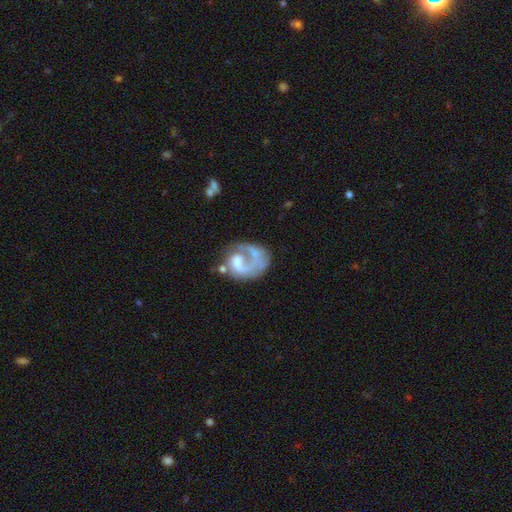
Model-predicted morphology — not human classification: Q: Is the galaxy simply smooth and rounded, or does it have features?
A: featured or disk — 69%.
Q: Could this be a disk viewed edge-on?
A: no — 98%.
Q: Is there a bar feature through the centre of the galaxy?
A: no — 70%.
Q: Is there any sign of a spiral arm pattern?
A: yes — 66%.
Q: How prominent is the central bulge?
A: none — 38%.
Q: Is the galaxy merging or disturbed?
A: none — 37%.